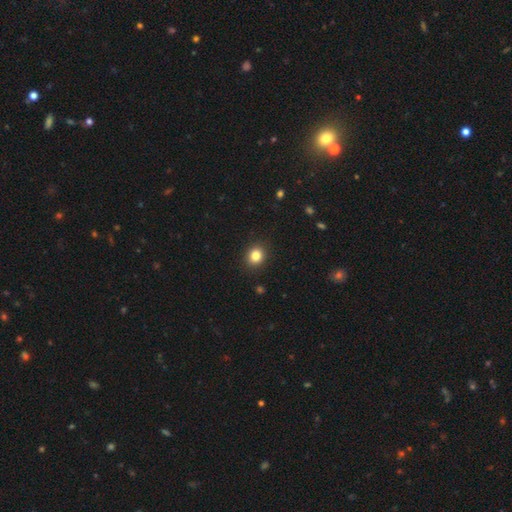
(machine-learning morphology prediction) A smooth galaxy with no disk features (84%) that is round (72%).

Vote fractions:
- Smooth or featured? smooth: 84% / star or artifact: 11% / featured or disk: 5%
- How rounded? round: 72% / in between: 27% / cigar-shaped: 1%
- Merging? none: 90% / minor disturbance: 7% / major disturbance: 2% / merger: 1%